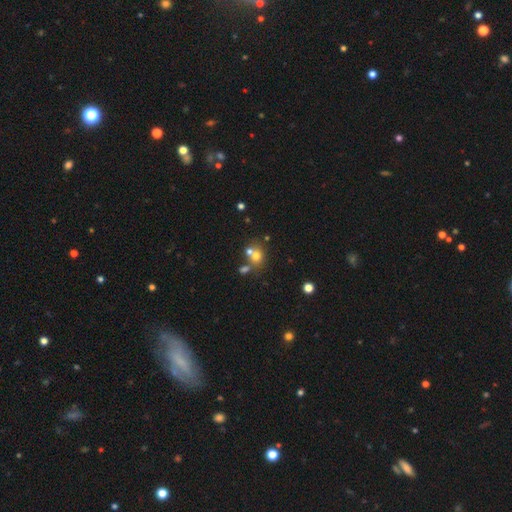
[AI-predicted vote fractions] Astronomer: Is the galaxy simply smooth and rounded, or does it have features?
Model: smooth — 65%.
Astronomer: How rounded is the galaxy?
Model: round — 75%.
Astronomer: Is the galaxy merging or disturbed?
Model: none — 46% (runner-up: merger, 40%).